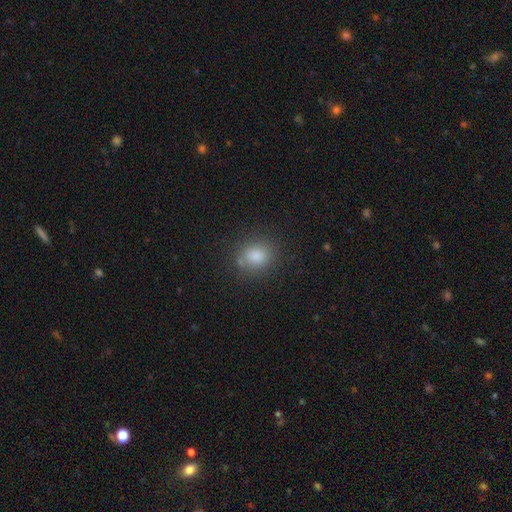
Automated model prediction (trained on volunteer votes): This appears to be a smooth galaxy with no disk features (80%) that is round (69%). Merging: none (80%).